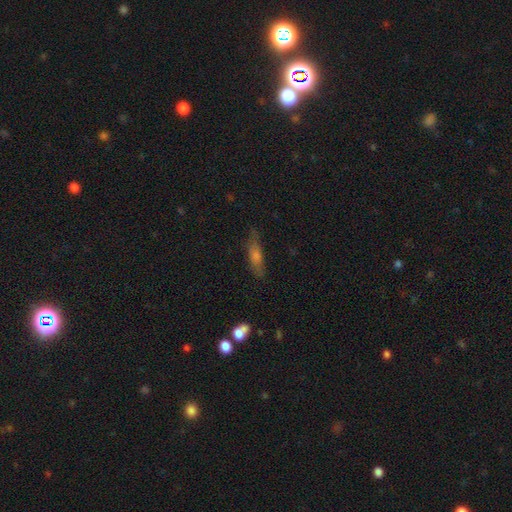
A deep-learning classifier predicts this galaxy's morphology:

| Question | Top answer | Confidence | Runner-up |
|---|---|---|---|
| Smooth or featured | smooth | 54% | featured or disk (33%) |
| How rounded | cigar-shaped | 61% | in between (36%) |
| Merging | none | 75% | minor disturbance (18%) |